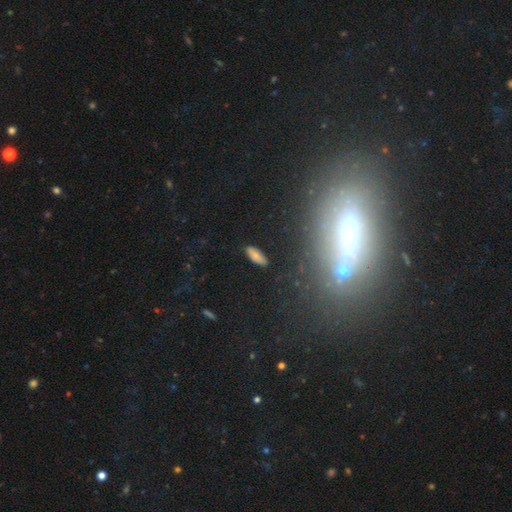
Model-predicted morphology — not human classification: Smooth or featured? smooth (80%)
How rounded? in between (63%)
Merging? none (86%)